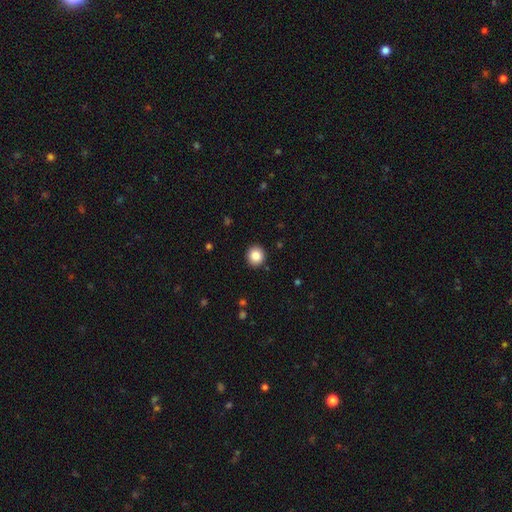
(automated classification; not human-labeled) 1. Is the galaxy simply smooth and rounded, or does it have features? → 86% smooth, 9% star or artifact, 4% featured or disk.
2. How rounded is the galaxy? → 87% round, 12% in between, 1% cigar-shaped.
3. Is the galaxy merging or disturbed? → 91% none, 6% minor disturbance, 2% major disturbance, 1% merger.